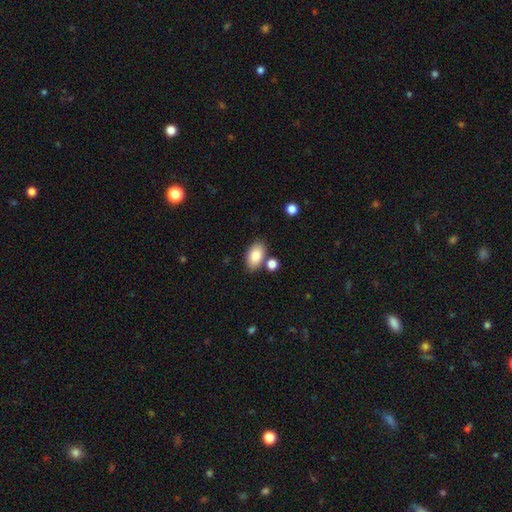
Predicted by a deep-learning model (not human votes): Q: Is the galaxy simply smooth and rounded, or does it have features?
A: smooth — 84%.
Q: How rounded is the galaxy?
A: in between — 92%.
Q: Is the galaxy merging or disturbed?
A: none — 76%.